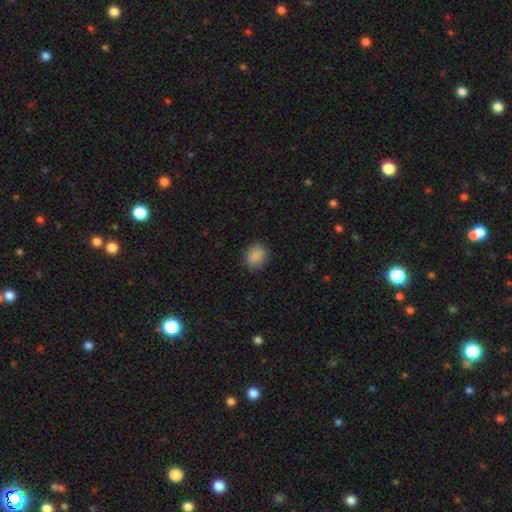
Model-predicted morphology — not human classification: smooth-or-featured: smooth: 88% | star or artifact: 8% | featured or disk: 3%
  how-rounded: round: 57% | in between: 42% | cigar-shaped: 1%
  merging: none: 86% | minor disturbance: 10% | major disturbance: 3% | merger: 1%